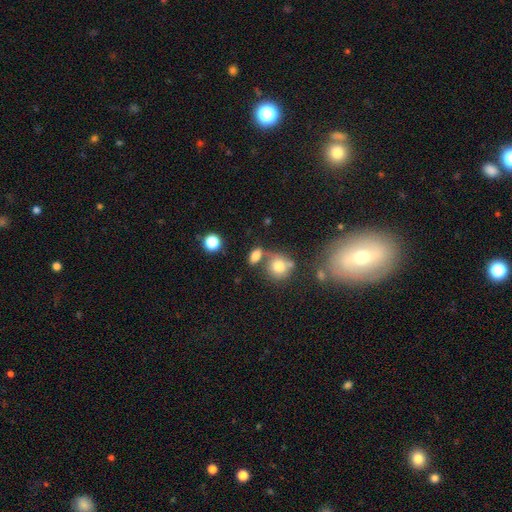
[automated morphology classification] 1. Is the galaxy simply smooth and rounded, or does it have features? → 77% smooth, 12% star or artifact, 11% featured or disk.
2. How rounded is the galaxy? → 70% in between, 22% round, 8% cigar-shaped.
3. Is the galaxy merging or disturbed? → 54% none, 26% merger, 13% minor disturbance, 6% major disturbance.